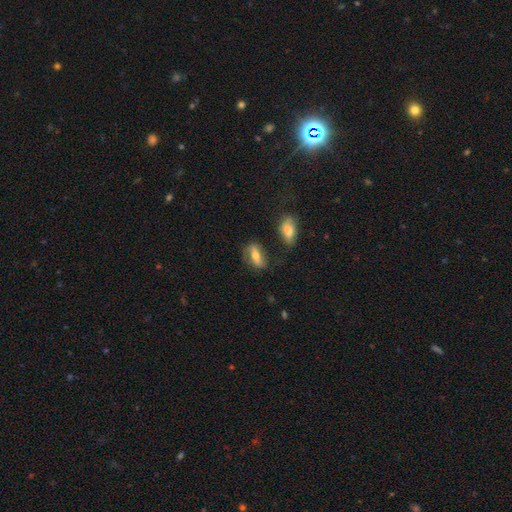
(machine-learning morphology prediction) Q: Smooth or featured?
A: smooth (47%); runner-up: featured or disk (45%)
Q: Merging?
A: none (63%); runner-up: minor disturbance (21%)